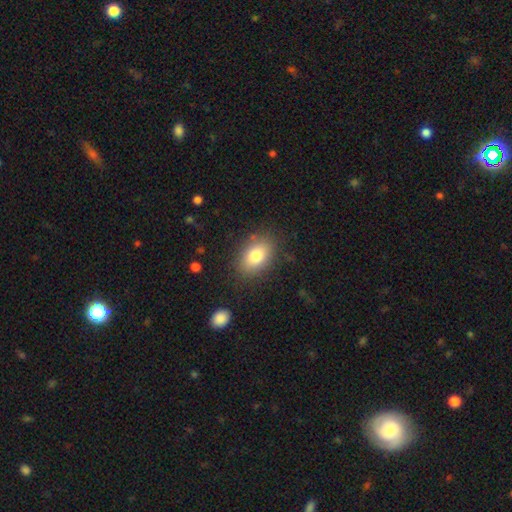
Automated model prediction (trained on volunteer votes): Smooth or featured? smooth (79%)
How rounded? in between (83%)
Merging? none (84%)